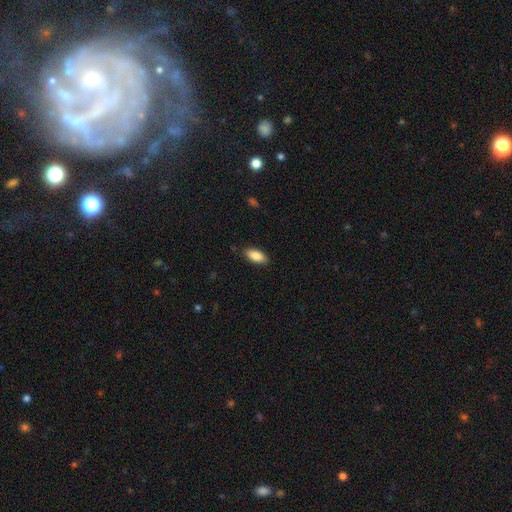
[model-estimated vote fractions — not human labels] Morphology: type=smooth (87%); roundness=in between (87%); merging=none (86%).